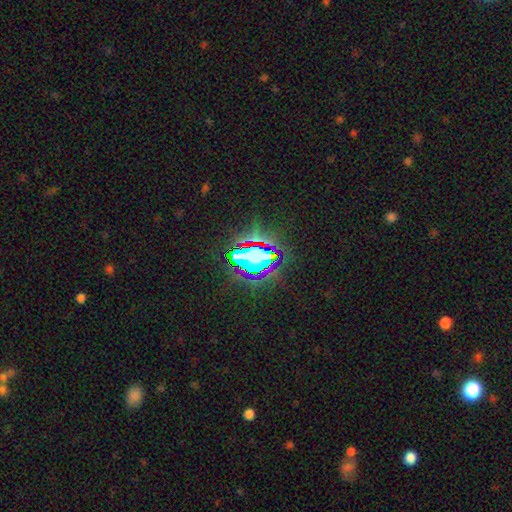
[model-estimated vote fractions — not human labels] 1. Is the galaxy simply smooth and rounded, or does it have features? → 62% star or artifact, 23% smooth, 15% featured or disk.